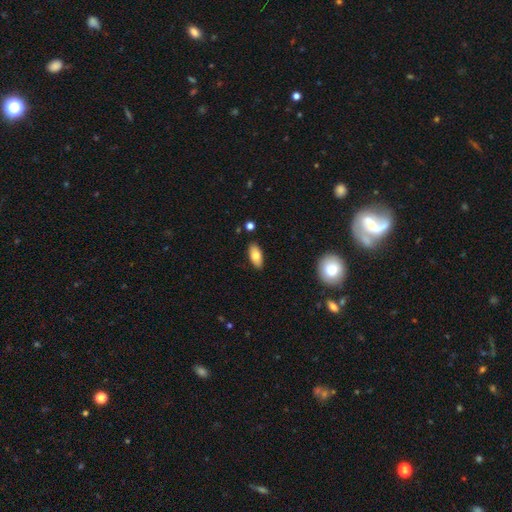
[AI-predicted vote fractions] A smooth galaxy with no disk features (77%) that is in between round and cigar-shaped (88%).

Vote fractions:
- Smooth or featured? smooth: 77% / featured or disk: 16% / star or artifact: 7%
- How rounded? in between: 88% / cigar-shaped: 9% / round: 3%
- Merging? none: 87% / minor disturbance: 9% / merger: 2% / major disturbance: 2%